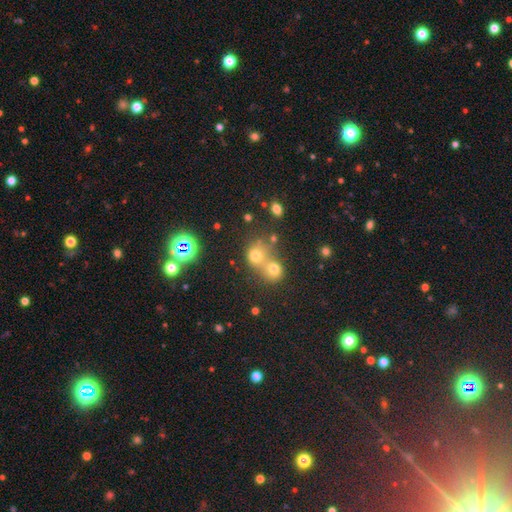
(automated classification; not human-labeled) The model was most divided on "merging": merger: 59%, none: 31%, minor disturbance: 6%, major disturbance: 4%. More confident: how rounded — round (76%); smooth or featured — smooth (68%).